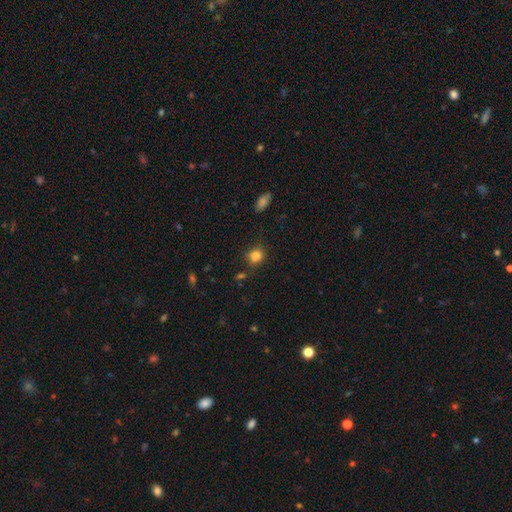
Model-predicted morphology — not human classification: smooth-or-featured: smooth: 83% | star or artifact: 12% | featured or disk: 5%
  how-rounded: round: 73% | in between: 26% | cigar-shaped: 1%
  merging: none: 77% | minor disturbance: 16% | major disturbance: 4% | merger: 3%